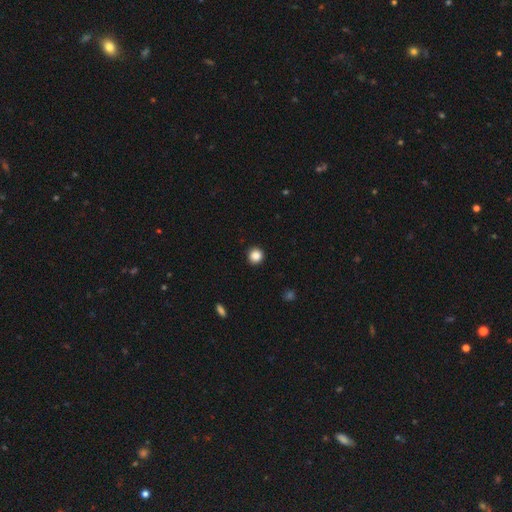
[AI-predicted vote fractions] smooth 87%, star or artifact 10%, featured or disk 3%. Down the decision tree: how rounded — round (93%); merging — none (93%).